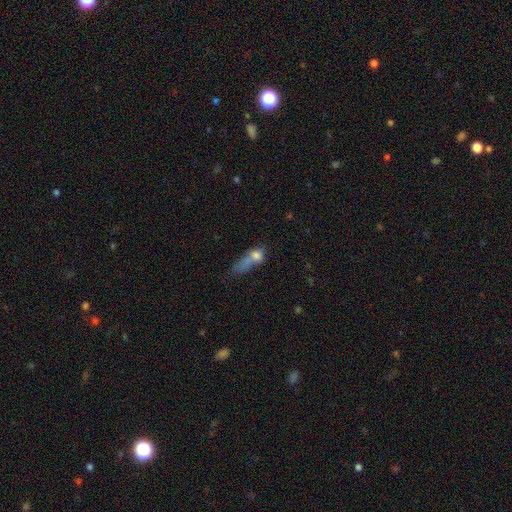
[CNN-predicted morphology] A smooth galaxy with no disk features (66%) that is in between round and cigar-shaped (51%).

Vote fractions:
- Smooth or featured? smooth: 66% / featured or disk: 21% / star or artifact: 13%
- How rounded? in between: 51% / round: 25% / cigar-shaped: 24%
- Merging? major disturbance: 32% / merger: 29% / none: 21% / minor disturbance: 18%